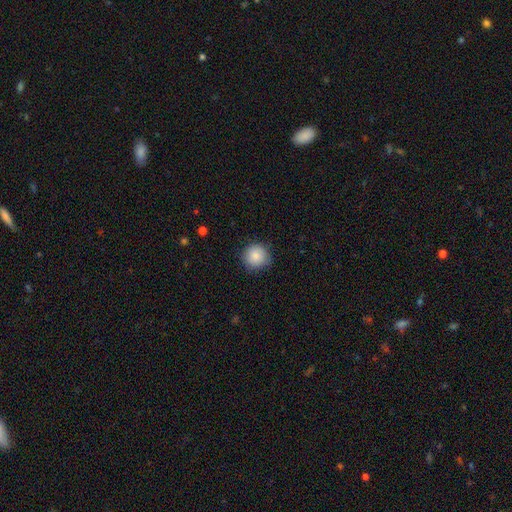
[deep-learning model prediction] Smooth or featured? smooth (86%)
How rounded? round (92%)
Merging? none (83%)